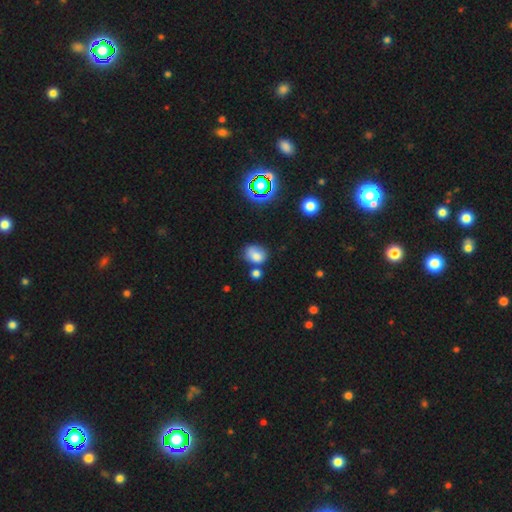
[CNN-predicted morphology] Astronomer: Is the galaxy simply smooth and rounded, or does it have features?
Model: smooth — 75%.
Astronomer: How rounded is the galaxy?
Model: in between — 53% (runner-up: round, 46%).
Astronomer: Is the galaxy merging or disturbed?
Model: none — 53%.